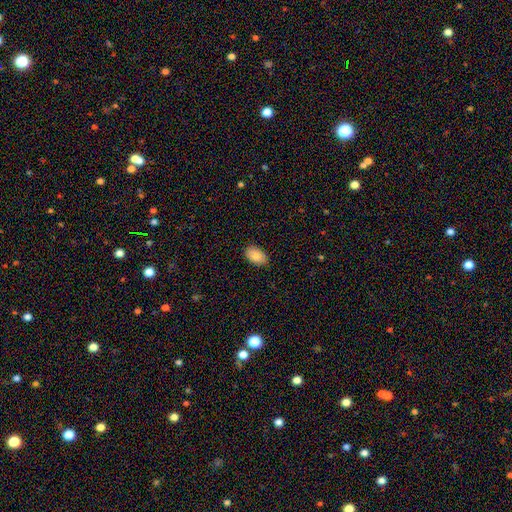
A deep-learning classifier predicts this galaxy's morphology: smooth-or-featured: smooth: 86% | featured or disk: 7% | star or artifact: 7%
  how-rounded: in between: 91% | round: 8% | cigar-shaped: 1%
  merging: none: 86% | minor disturbance: 11% | major disturbance: 2% | merger: 1%